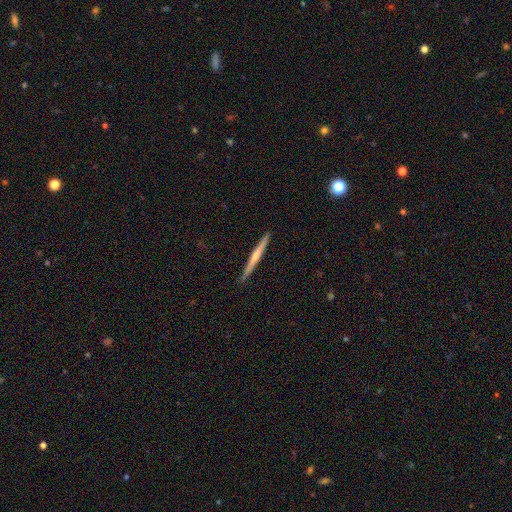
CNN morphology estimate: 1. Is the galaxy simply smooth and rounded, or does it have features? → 49% featured or disk, 45% smooth, 6% star or artifact.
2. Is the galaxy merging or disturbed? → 91% none, 7% minor disturbance, 1% major disturbance, 1% merger.